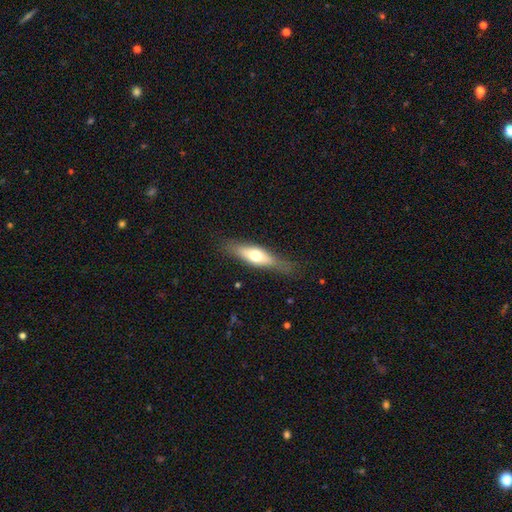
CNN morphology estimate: smooth 55%, featured or disk 39%, star or artifact 6%. Down the decision tree: how rounded — cigar-shaped (52%); merging — none (74%).